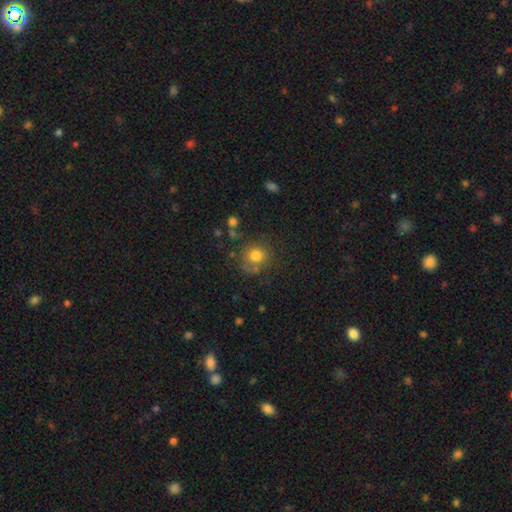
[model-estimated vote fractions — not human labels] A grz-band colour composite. It shows a smooth galaxy with no disk features (75%) that is round (86%). Merging: none (68%).